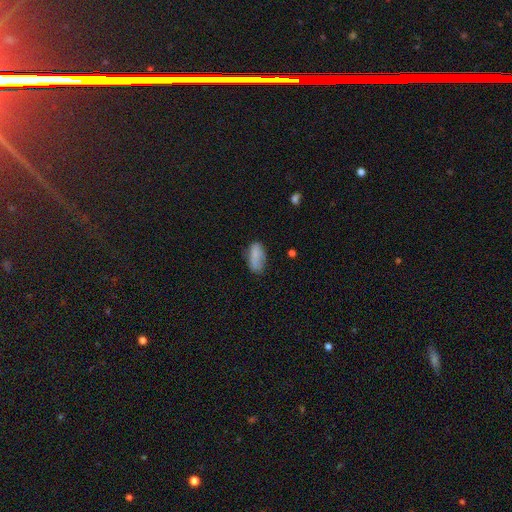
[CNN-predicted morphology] Q: Smooth or featured?
A: smooth (81%); runner-up: featured or disk (12%)
Q: How rounded?
A: in between (89%); runner-up: cigar-shaped (8%)
Q: Merging?
A: none (62%); runner-up: minor disturbance (27%)